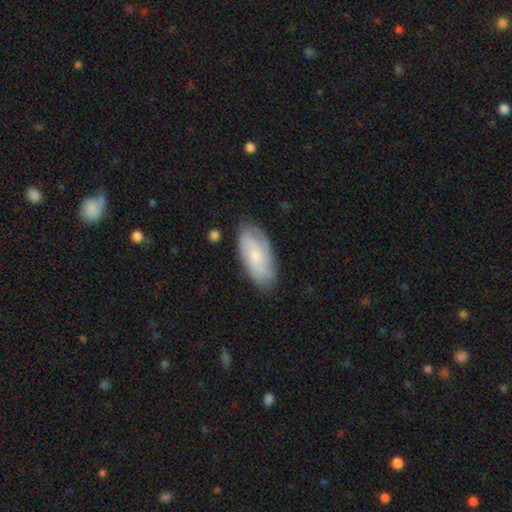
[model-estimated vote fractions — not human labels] smooth_or_featured: smooth (p=0.51) [alt: featured or disk p=0.42]
how_rounded: in between (p=0.88) [alt: cigar-shaped p=0.10]
merging: none (p=0.76) [alt: minor disturbance p=0.18]